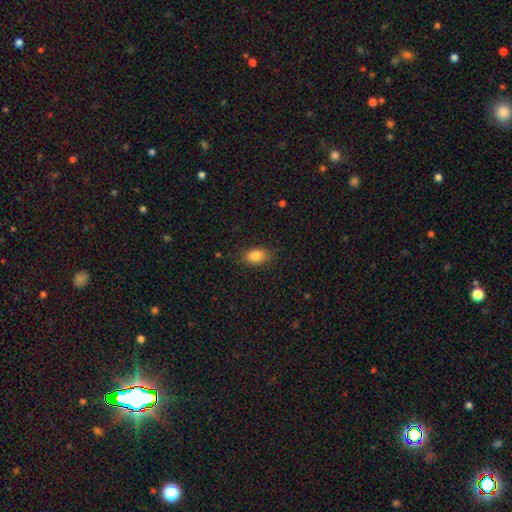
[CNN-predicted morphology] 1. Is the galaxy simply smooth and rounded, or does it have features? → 84% smooth, 9% star or artifact, 7% featured or disk.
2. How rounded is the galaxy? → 82% in between, 15% round, 2% cigar-shaped.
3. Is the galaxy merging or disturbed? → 84% none, 12% minor disturbance, 3% major disturbance, 1% merger.